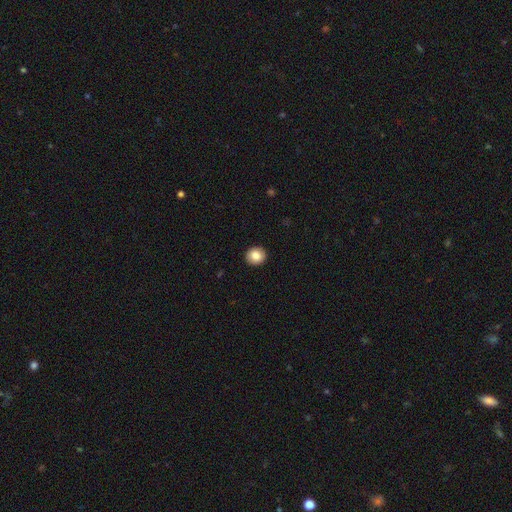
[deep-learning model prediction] This is clearly a smooth galaxy (86%). How rounded: clearly round (87%). Merging: clearly none (92%).